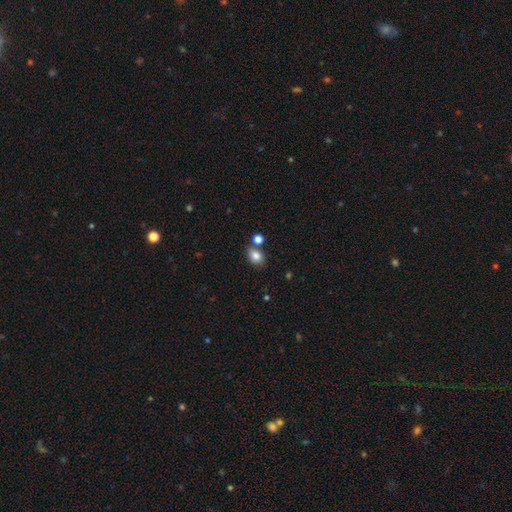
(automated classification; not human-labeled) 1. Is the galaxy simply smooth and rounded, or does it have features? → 82% smooth, 11% star or artifact, 7% featured or disk.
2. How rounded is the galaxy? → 61% in between, 38% round, 1% cigar-shaped.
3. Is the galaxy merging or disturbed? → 68% none, 16% merger, 13% minor disturbance, 4% major disturbance.